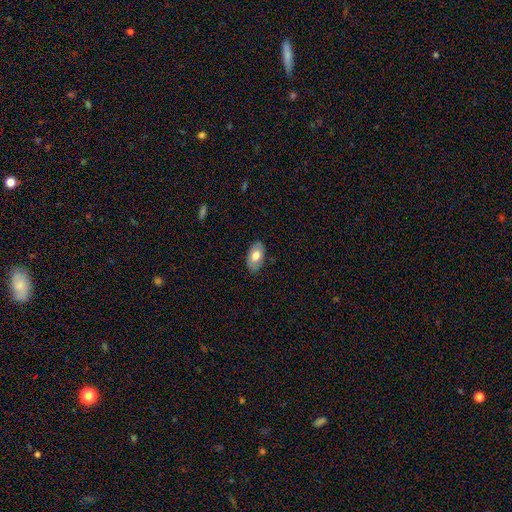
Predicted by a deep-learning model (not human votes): Q: Smooth or featured?
A: smooth (71%); runner-up: featured or disk (23%)
Q: How rounded?
A: in between (94%); runner-up: round (4%)
Q: Merging?
A: none (84%); runner-up: minor disturbance (13%)